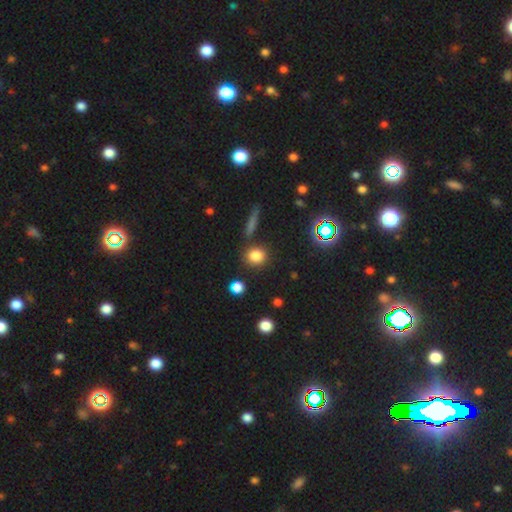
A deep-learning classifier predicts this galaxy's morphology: Smooth or featured: smooth — 80% (star or artifact — 14%)
How rounded: round — 79% (in between — 18%)
Merging: none — 83% (minor disturbance — 8%)